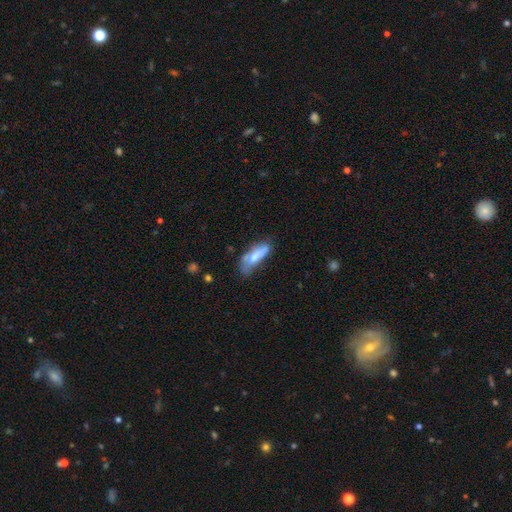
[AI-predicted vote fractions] This appears to be a smooth galaxy with no disk features (65%) that is in between round and cigar-shaped (63%). Merging: none (35%).